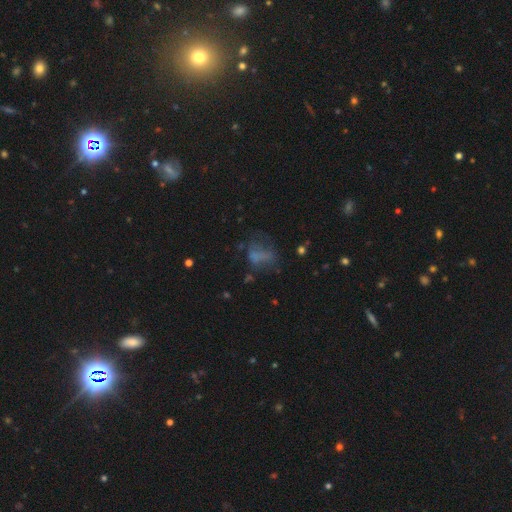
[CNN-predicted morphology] Smooth or featured?
  - smooth: 43% *
  - featured or disk: 31%
  - star or artifact: 27%
Merging?
  - none: 42% *
  - major disturbance: 32%
  - minor disturbance: 22%
  - merger: 5%